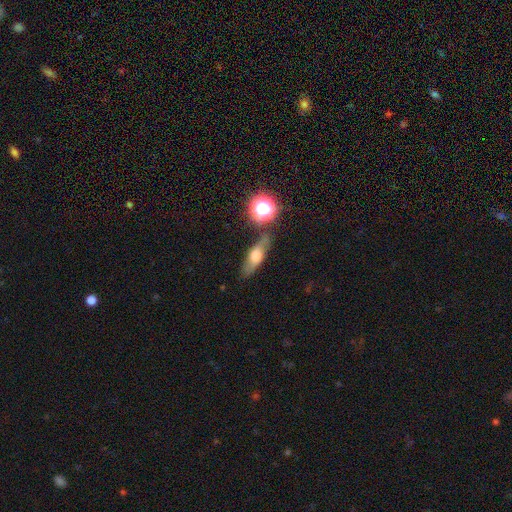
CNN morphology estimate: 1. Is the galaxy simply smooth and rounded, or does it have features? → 50% smooth, 38% featured or disk, 12% star or artifact.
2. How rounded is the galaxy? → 46% in between, 42% cigar-shaped, 12% round.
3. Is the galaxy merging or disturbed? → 73% none, 14% minor disturbance, 8% merger, 5% major disturbance.